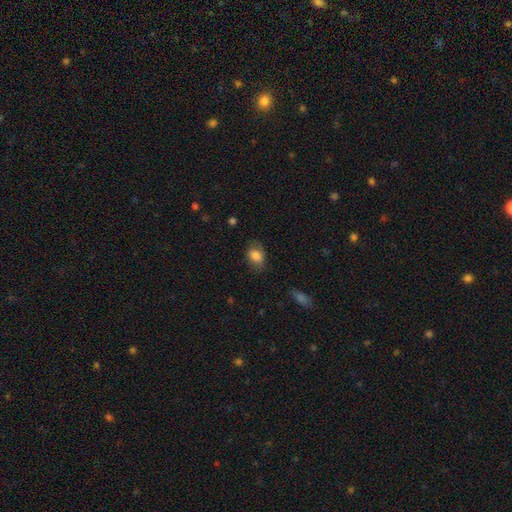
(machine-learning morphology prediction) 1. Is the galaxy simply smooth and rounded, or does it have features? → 82% smooth, 10% featured or disk, 8% star or artifact.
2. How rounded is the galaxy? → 78% in between, 21% round, 1% cigar-shaped.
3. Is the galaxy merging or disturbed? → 70% none, 22% minor disturbance, 7% major disturbance, 1% merger.